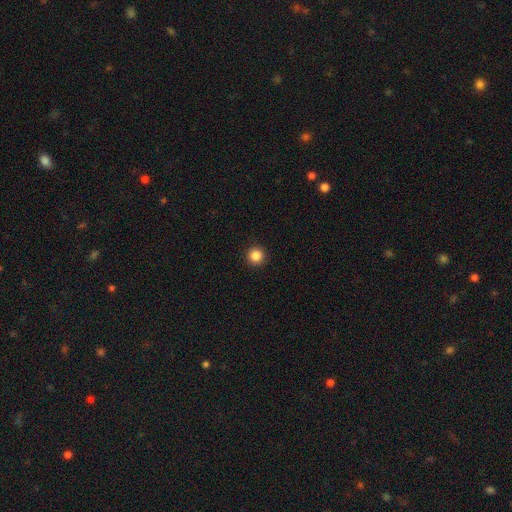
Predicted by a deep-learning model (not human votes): Smooth or featured? smooth (86%)
How rounded? round (96%)
Merging? none (93%)